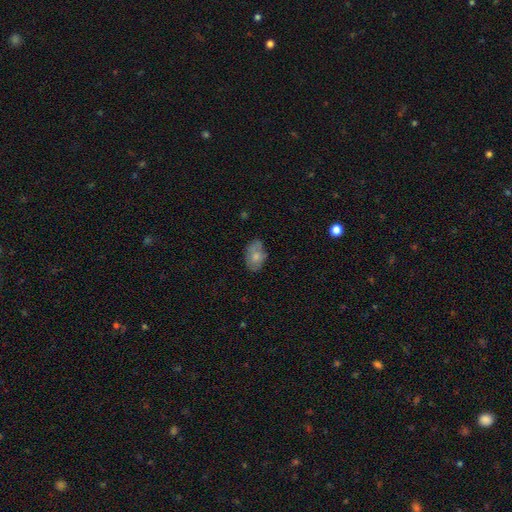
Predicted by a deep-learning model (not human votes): Smooth or featured? Predicted: smooth (p=0.69). How rounded? Predicted: in between (p=0.86). Merging? Predicted: none (p=0.68).